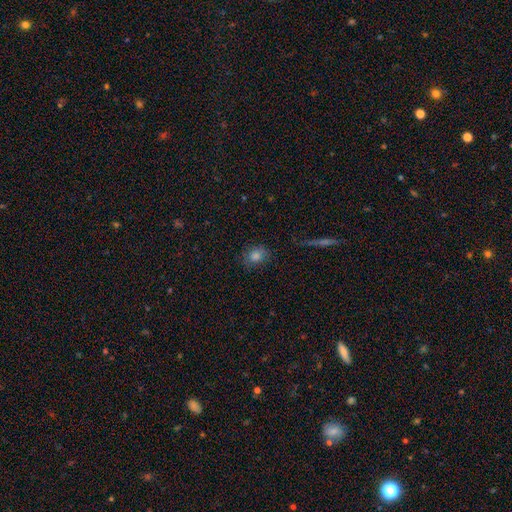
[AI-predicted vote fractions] Q: Smooth or featured?
A: smooth (78%); runner-up: star or artifact (14%)
Q: How rounded?
A: round (60%); runner-up: in between (39%)
Q: Merging?
A: none (82%); runner-up: minor disturbance (13%)